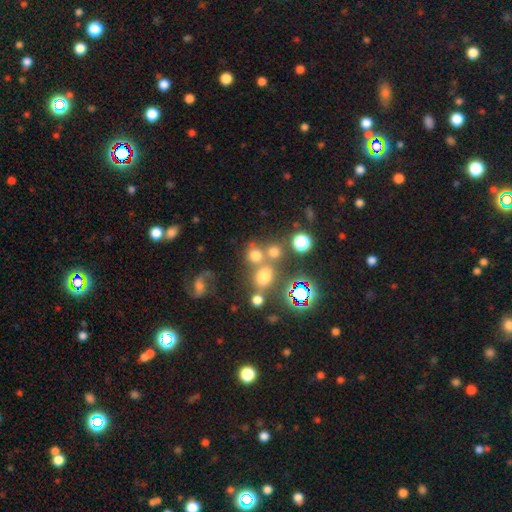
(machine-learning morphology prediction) type=smooth (65%); roundness=round (77%); merging=none (51%).